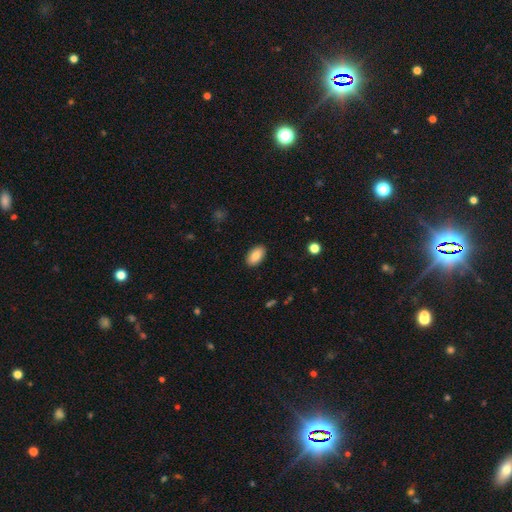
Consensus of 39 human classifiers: This appears to be a smooth galaxy with no disk features (85%) that is in between round and cigar-shaped (97%). Merging: none (92%).